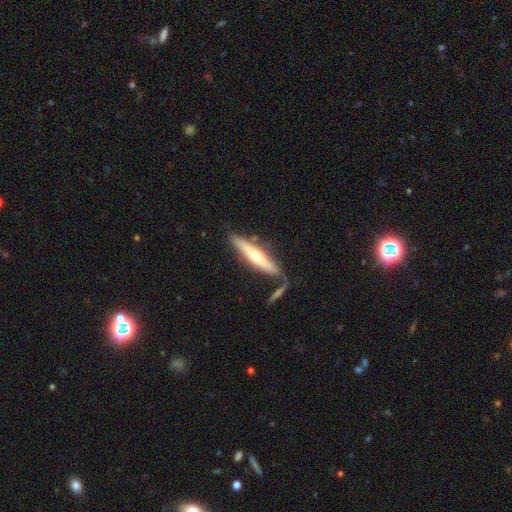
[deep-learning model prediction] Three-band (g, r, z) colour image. It shows a featured or disk galaxy (58%) viewed edge-on (91%) with a rounded central bulge (88%). Merging: none (70%).